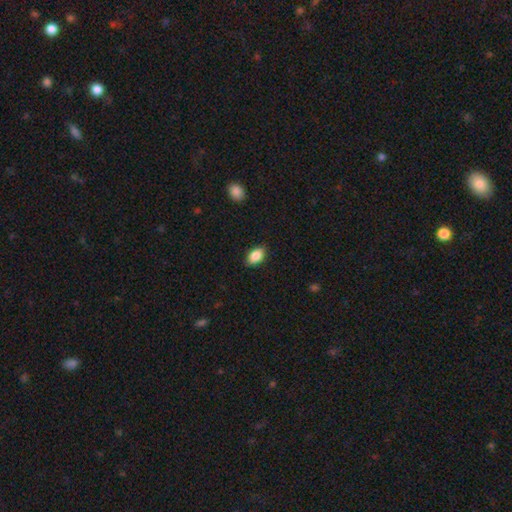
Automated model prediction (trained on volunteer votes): Q: Smooth or featured?
A: smooth (87%); runner-up: star or artifact (7%)
Q: How rounded?
A: in between (91%); runner-up: round (7%)
Q: Merging?
A: none (87%); runner-up: minor disturbance (10%)